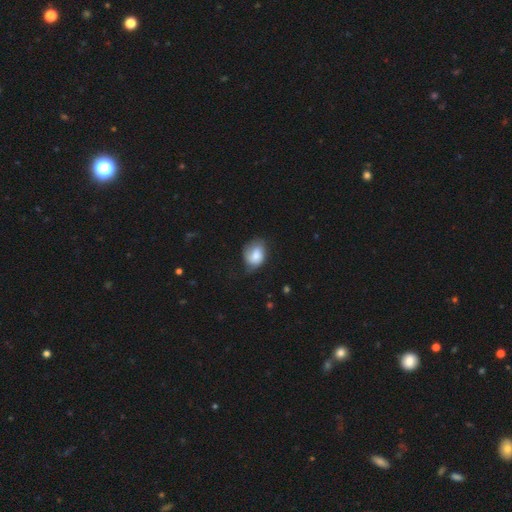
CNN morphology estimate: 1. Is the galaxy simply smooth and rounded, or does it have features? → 71% smooth, 22% featured or disk, 8% star or artifact.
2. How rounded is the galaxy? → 68% in between, 31% round, 1% cigar-shaped.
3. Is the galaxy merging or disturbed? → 46% none, 37% minor disturbance, 15% major disturbance, 2% merger.